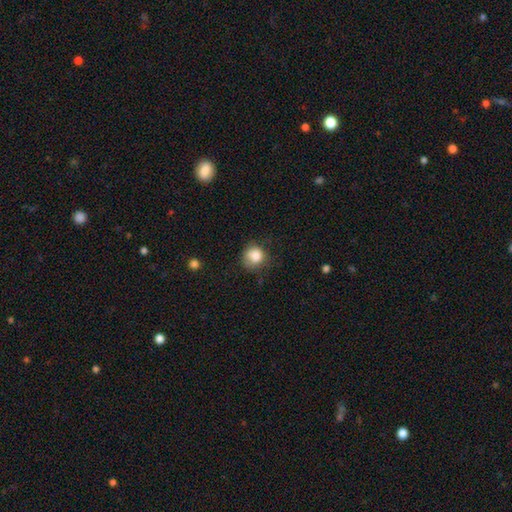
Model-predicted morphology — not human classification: type=smooth (82%); roundness=round (79%); merging=none (56%).